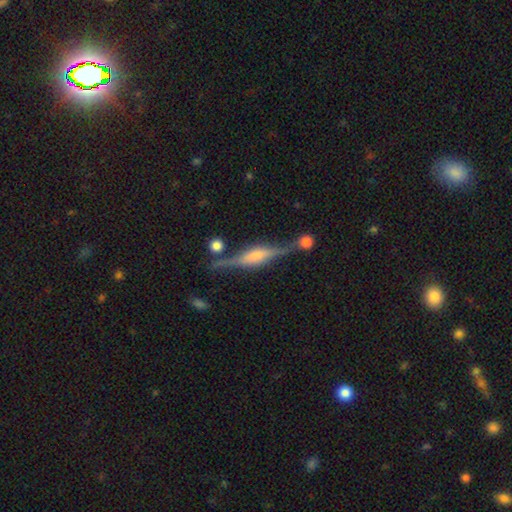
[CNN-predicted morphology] type=featured or disk (84%); edge-on=yes (97%); edge-on bulge=rounded (66%); merging=none (80%).